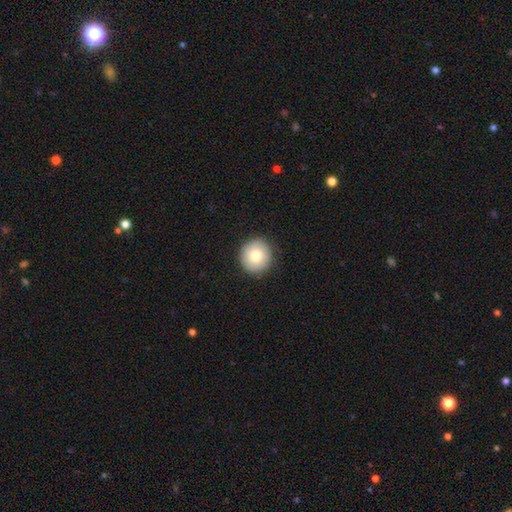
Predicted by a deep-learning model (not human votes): Q: Smooth or featured?
A: smooth (80%); runner-up: featured or disk (12%)
Q: How rounded?
A: round (94%); runner-up: in between (5%)
Q: Merging?
A: none (90%); runner-up: minor disturbance (7%)